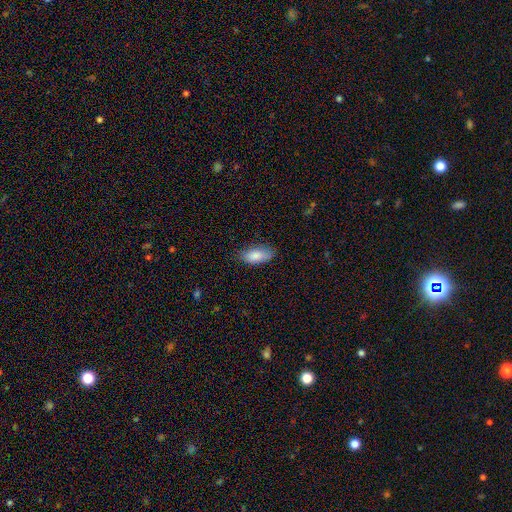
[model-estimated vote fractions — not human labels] Smooth or featured? smooth (85%)
How rounded? in between (88%)
Merging? none (79%)